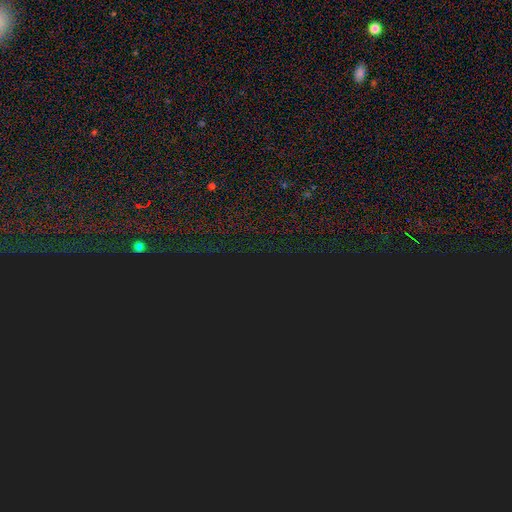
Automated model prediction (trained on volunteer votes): Smooth or featured? Predicted: star or artifact (p=0.85).